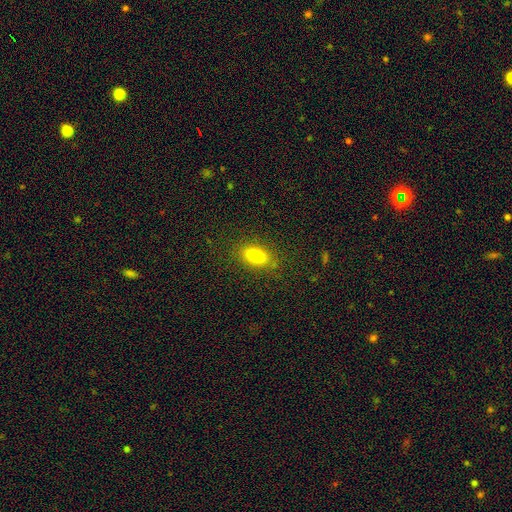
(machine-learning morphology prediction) This is clearly a smooth galaxy (80%). How rounded: clearly in between (85%). Merging: clearly none (84%).